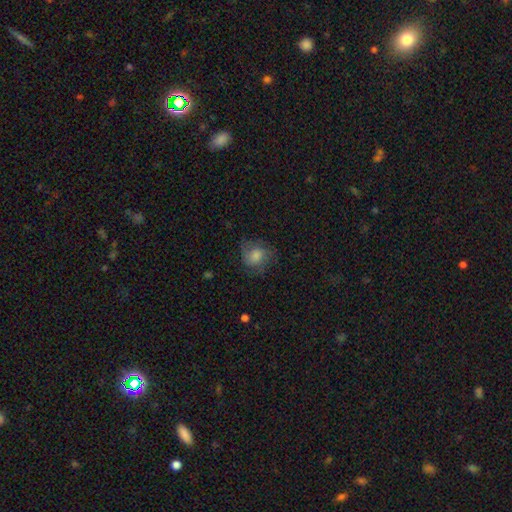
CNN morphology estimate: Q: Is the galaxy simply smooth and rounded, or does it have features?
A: smooth — 64%.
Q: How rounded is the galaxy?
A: round — 67%.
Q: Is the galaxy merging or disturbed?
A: none — 58%.